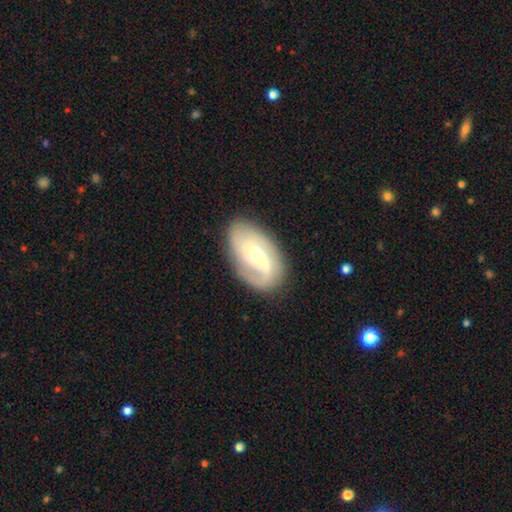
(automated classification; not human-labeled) A featured or disk galaxy (78%) with no bar (43%), 2 (58%) medium (43%) spiral arms (91%) and a moderate central bulge (60%).

Vote fractions:
- Smooth or featured? featured or disk: 78% / smooth: 17% / star or artifact: 5%
- Edge-on disk? no: 95% / yes: 5%
- Bar? no: 43% / weak: 42% / strong: 15%
- Spiral arms? yes: 91% / no: 9%
- Spiral winding? medium: 43% / tight: 30% / loose: 27%
- Spiral arm count? 2: 58% / can't tell: 15% / 1: 13% / 3: 9% / 4: 2% / more than 4: 2%
- Bulge size? moderate: 60% / small: 34% / large: 4% / none: 1% / dominant: 1%
- Merging? none: 79% / minor disturbance: 14% / major disturbance: 5% / merger: 1%